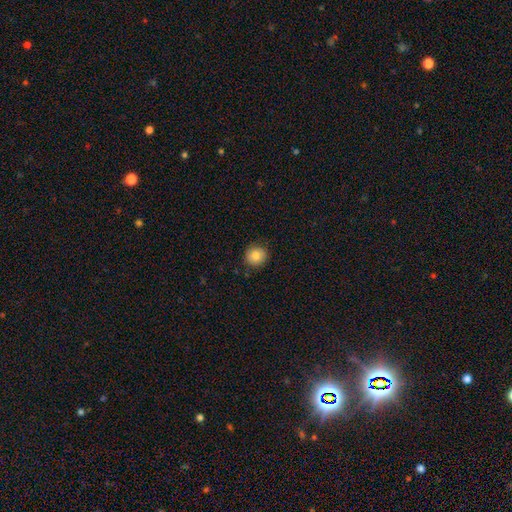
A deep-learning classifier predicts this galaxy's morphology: Smooth or featured?
  - smooth: 83% *
  - star or artifact: 9%
  - featured or disk: 8%
How rounded?
  - round: 89% *
  - in between: 10%
  - cigar-shaped: 1%
Merging?
  - none: 87% *
  - minor disturbance: 10%
  - major disturbance: 2%
  - merger: 1%